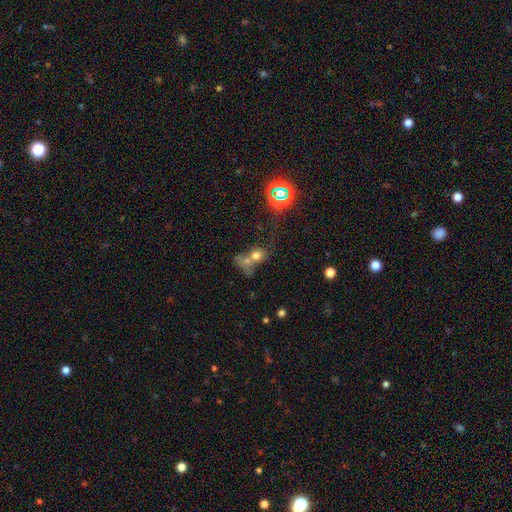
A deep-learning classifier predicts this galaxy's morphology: smooth 54%, star or artifact 27%, featured or disk 19%. Down the decision tree: how rounded — round (62%); merging — merger (57%).